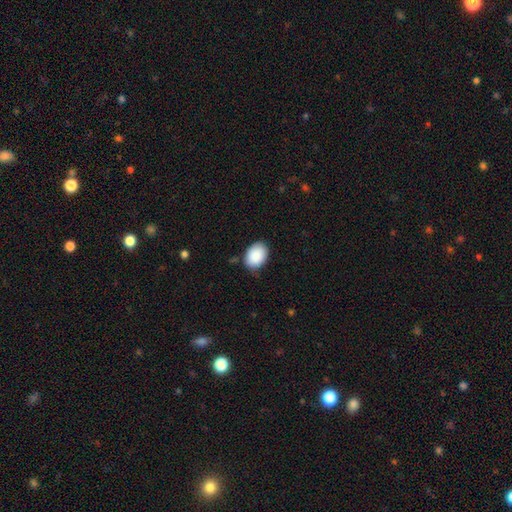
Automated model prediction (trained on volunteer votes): A smooth galaxy with no disk features (89%) that is in between round and cigar-shaped (76%).

Vote fractions:
- Smooth or featured? smooth: 89% / star or artifact: 7% / featured or disk: 4%
- How rounded? in between: 76% / round: 23% / cigar-shaped: 1%
- Merging? none: 78% / minor disturbance: 17% / major disturbance: 3% / merger: 2%